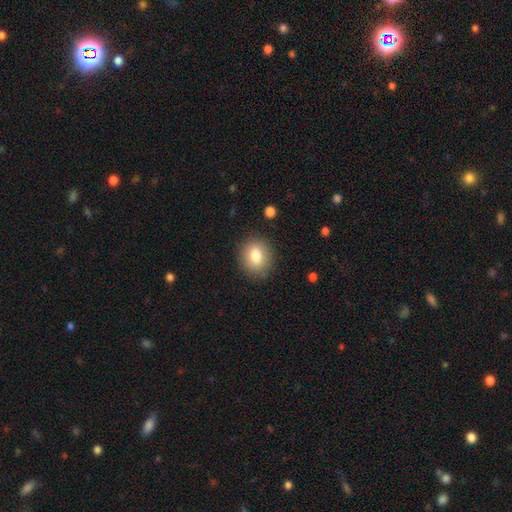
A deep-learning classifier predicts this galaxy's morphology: The model was most divided on "how rounded": round: 68%, in between: 31%, cigar-shaped: 1%. More confident: merging — none (86%); smooth or featured — smooth (79%).